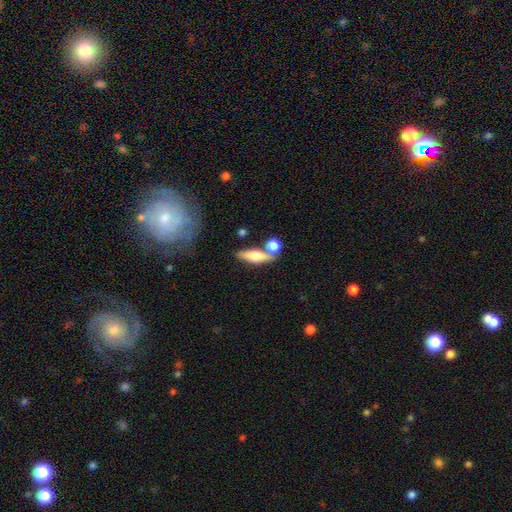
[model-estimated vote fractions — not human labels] This appears to be a smooth galaxy with no disk features (53%) that is cigar-shaped (50%). Merging: none (64%).